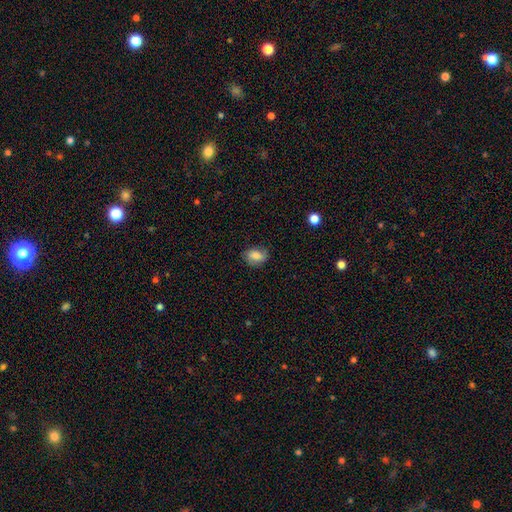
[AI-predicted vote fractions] A smooth galaxy with no disk features (78%) that is in between round and cigar-shaped (70%).

Vote fractions:
- Smooth or featured? smooth: 78% / featured or disk: 13% / star or artifact: 9%
- How rounded? in between: 70% / round: 29% / cigar-shaped: 2%
- Merging? none: 72% / minor disturbance: 21% / major disturbance: 6% / merger: 1%